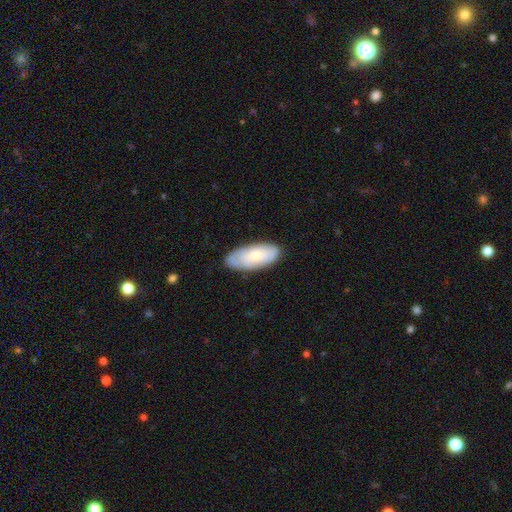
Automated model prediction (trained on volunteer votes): This is likely a smooth galaxy (65%). How rounded: clearly in between (87%). Merging: likely none (77%).